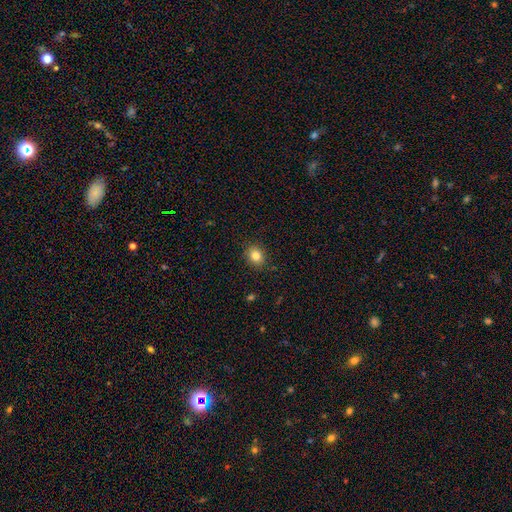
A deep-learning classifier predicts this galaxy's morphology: A smooth galaxy with no disk features (83%) that is round (60%). Merging: none (89%).